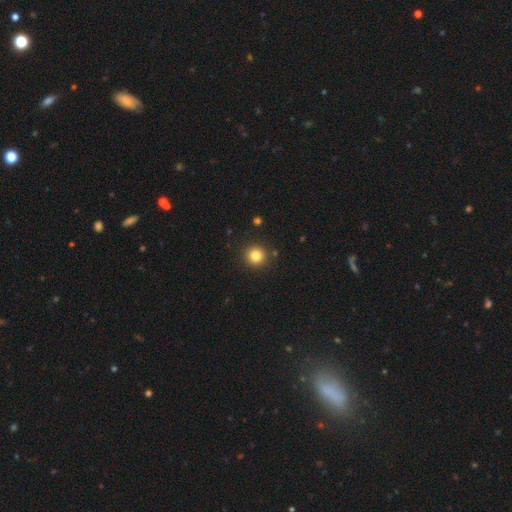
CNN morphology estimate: smooth 83%, star or artifact 12%, featured or disk 6%. Down the decision tree: how rounded — round (94%); merging — none (90%).